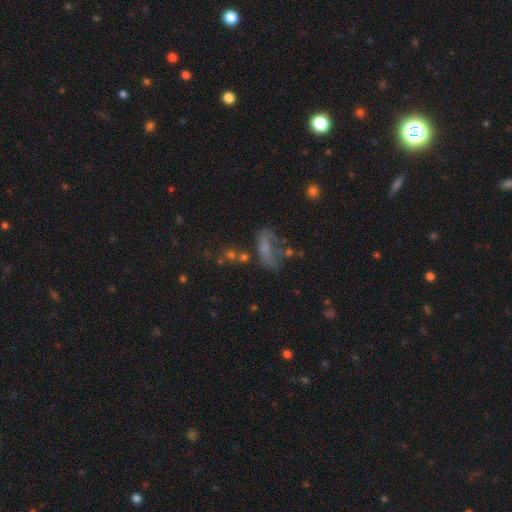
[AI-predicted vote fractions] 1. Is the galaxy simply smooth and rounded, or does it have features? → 47% star or artifact, 29% featured or disk, 24% smooth.